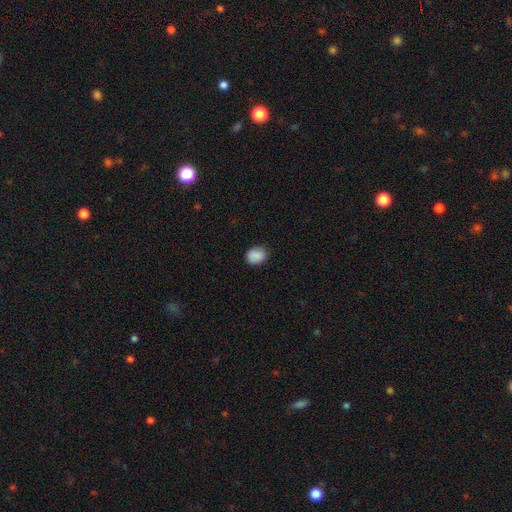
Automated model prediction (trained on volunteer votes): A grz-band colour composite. It shows a smooth galaxy with no disk features (88%) that is in between round and cigar-shaped (51%). Merging: none (81%).